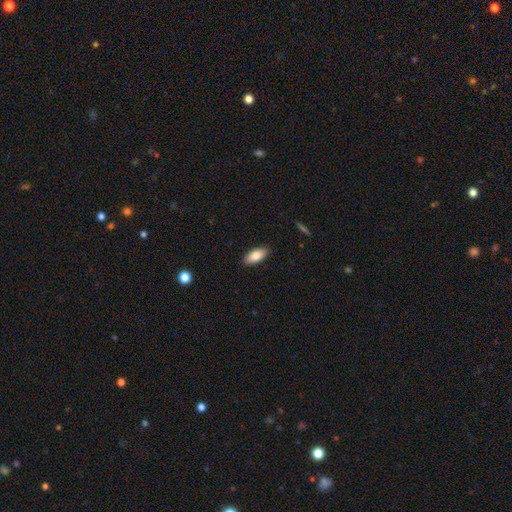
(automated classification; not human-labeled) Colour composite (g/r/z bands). It shows a smooth galaxy with no disk features (83%) that is in between round and cigar-shaped (89%). Merging: none (89%).